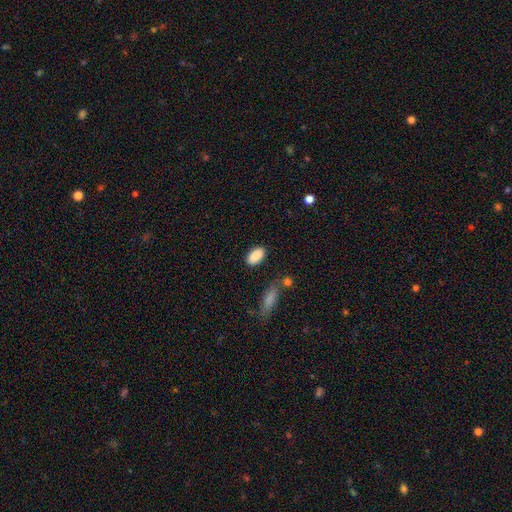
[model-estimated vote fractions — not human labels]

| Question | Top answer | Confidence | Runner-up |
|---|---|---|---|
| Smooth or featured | smooth | 89% | star or artifact (7%) |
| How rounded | in between | 93% | round (4%) |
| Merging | none | 82% | minor disturbance (12%) |